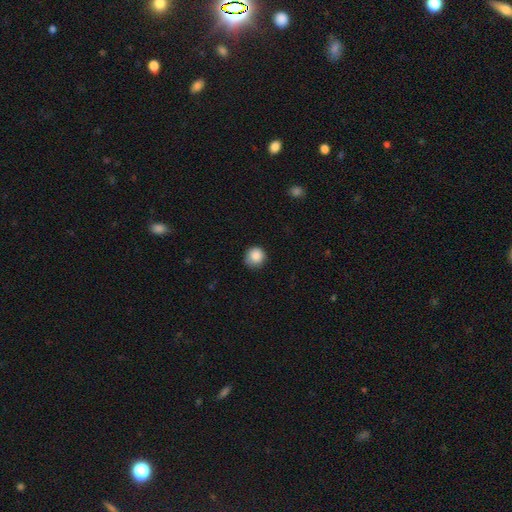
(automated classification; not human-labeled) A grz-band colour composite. It shows a smooth galaxy with no disk features (87%) that is round (91%). Merging: none (80%).